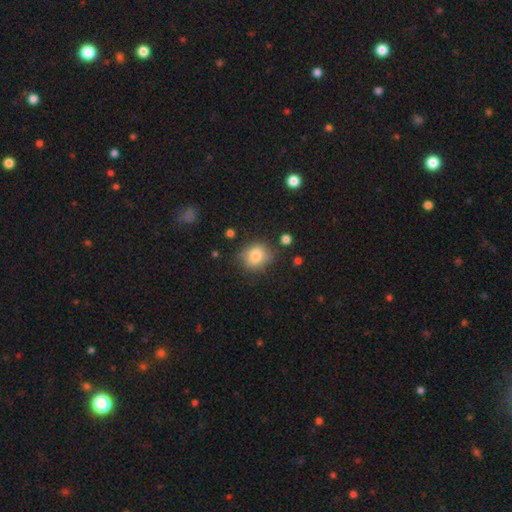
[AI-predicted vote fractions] Overall: smooth (79%). How rounded: round (67%; in between 32%). Merging: none (77%).